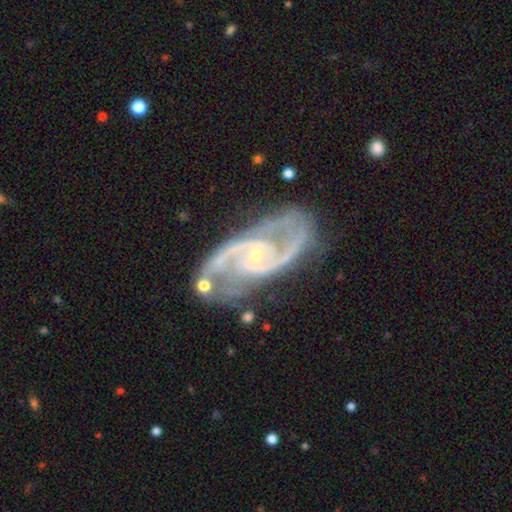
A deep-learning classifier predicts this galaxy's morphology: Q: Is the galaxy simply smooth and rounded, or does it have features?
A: featured or disk — 92%.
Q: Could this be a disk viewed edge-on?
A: no — 97%.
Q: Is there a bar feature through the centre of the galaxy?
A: no — 47%.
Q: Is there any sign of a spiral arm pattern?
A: yes — 98%.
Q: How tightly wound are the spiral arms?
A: medium — 60%.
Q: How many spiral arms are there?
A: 2 — 87%.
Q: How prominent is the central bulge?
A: small — 80%.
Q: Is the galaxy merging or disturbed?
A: none — 68%.